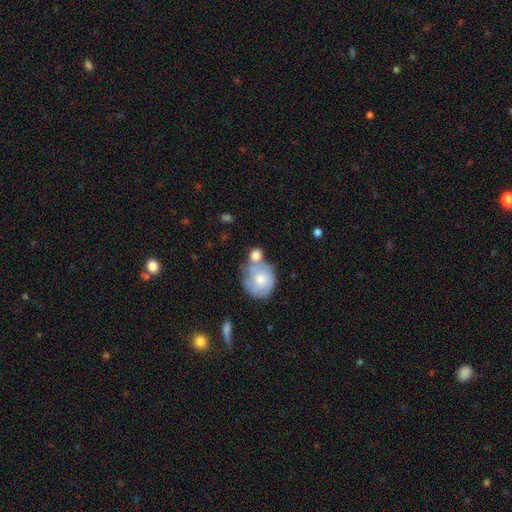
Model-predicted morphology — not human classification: Smooth or featured: smooth — 67% (featured or disk — 26%)
How rounded: round — 72% (in between — 27%)
Merging: merger — 43% (none — 35%)